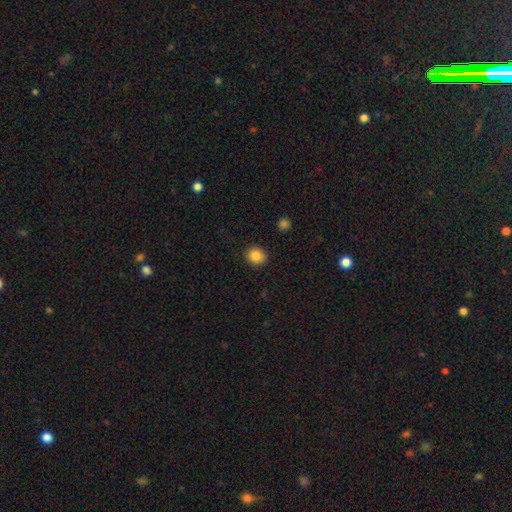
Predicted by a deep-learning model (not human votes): Q: Smooth or featured?
A: smooth (86%); runner-up: star or artifact (10%)
Q: How rounded?
A: round (79%); runner-up: in between (21%)
Q: Merging?
A: none (91%); runner-up: minor disturbance (6%)